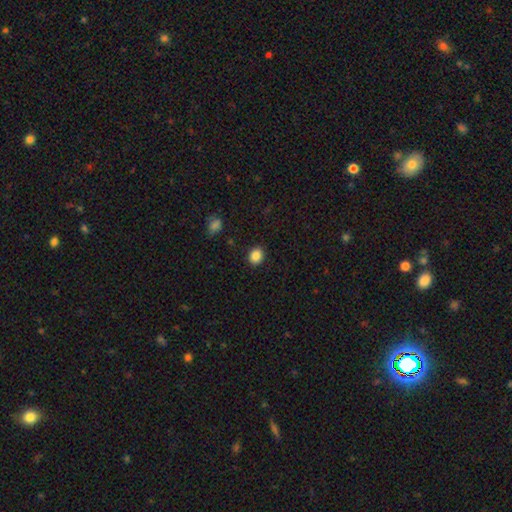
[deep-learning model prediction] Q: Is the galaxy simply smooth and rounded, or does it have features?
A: smooth — 87%.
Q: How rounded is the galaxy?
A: round — 62%.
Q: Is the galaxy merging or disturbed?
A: none — 90%.